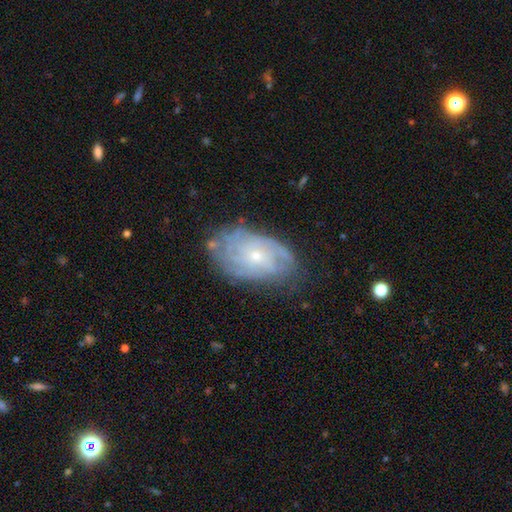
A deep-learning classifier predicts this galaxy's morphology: Overall: featured or disk (72%). Edge-on disk: no (95%). Bar: no (78%). Spiral arms: yes (84%). Spiral arm count: can't tell (57%). Spiral winding: tight (66%). Bulge size: small (71%). Merging: none (70%).